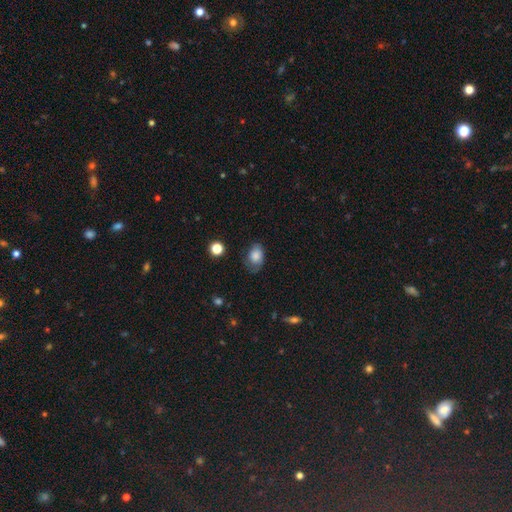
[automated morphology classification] smooth_or_featured: smooth (p=0.75) [alt: featured or disk p=0.16]
how_rounded: in between (p=0.77) [alt: round p=0.22]
merging: none (p=0.58) [alt: minor disturbance p=0.29]